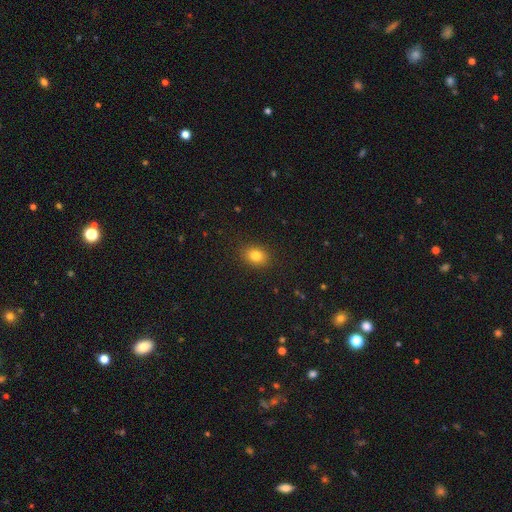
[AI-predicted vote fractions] smooth 82%, star or artifact 11%, featured or disk 7%. Down the decision tree: how rounded — in between (60%); merging — none (89%).